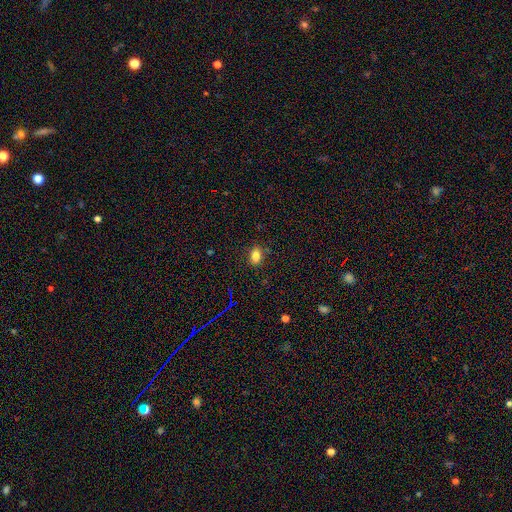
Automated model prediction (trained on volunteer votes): Morphology: type=smooth (80%); roundness=in between (78%); merging=none (82%).